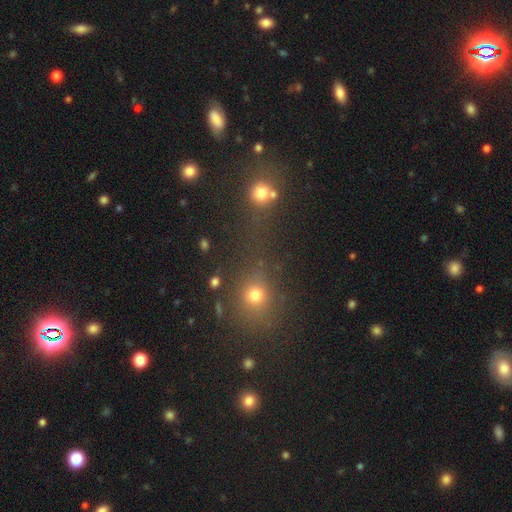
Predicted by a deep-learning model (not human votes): smooth 53%, star or artifact 38%, featured or disk 9%. Down the decision tree: how rounded — round (81%); merging — none (56%).